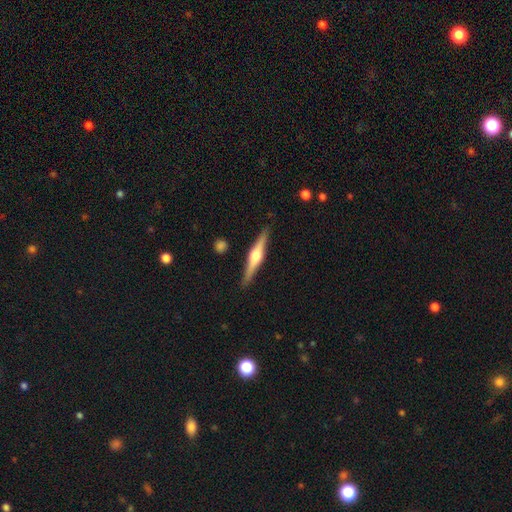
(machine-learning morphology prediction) The model was most divided on "smooth or featured": featured or disk: 74%, smooth: 21%, star or artifact: 5%. More confident: edge-on disk — yes (98%); edge-on bulge — rounded (92%); merging — none (89%).